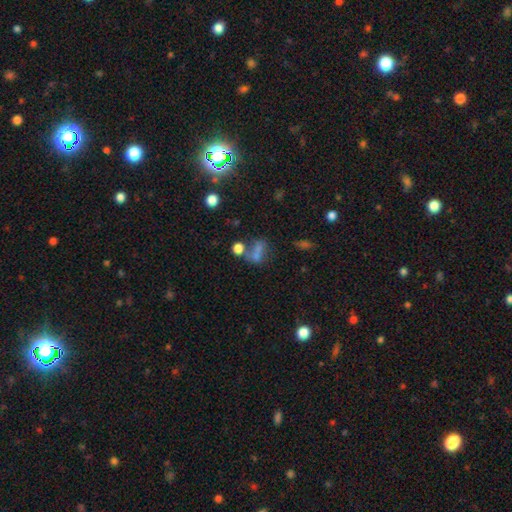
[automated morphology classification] Q: Smooth or featured?
A: smooth (55%); runner-up: star or artifact (27%)
Q: How rounded?
A: in between (54%); runner-up: round (35%)
Q: Merging?
A: merger (36%); tied with: none (36%)